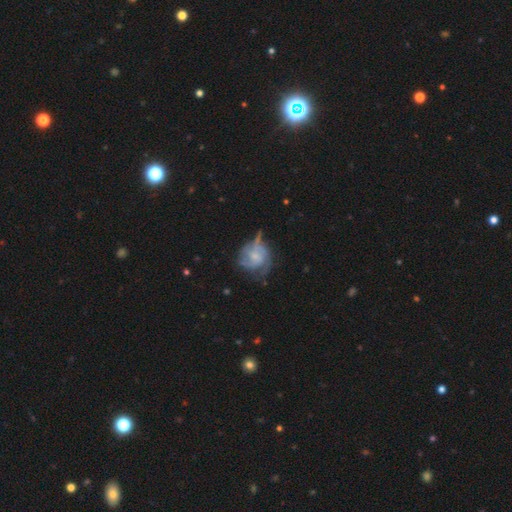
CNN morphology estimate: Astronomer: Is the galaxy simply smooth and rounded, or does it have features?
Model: featured or disk — 74%.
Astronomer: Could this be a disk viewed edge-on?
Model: no — 98%.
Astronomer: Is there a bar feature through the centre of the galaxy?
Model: no — 67%.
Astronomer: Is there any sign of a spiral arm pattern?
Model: yes — 90%.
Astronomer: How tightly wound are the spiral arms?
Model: tight — 45% (runner-up: medium, 39%).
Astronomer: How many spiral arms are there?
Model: can't tell — 28%, tied with 3 at 28%.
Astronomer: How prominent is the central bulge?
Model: small — 53%.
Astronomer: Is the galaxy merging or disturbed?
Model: none — 46% (runner-up: minor disturbance, 27%).